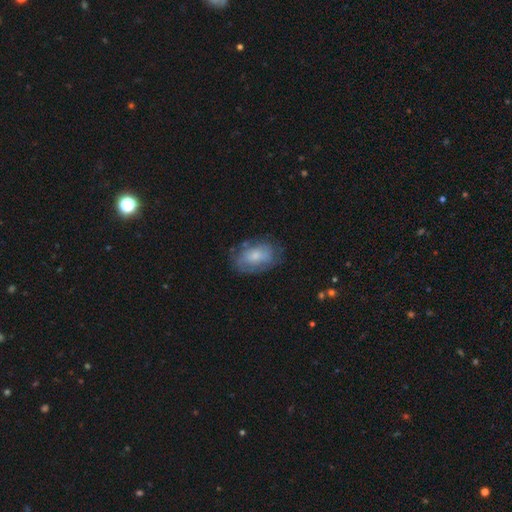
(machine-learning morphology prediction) A smooth galaxy with no disk features (57%) that is in between round and cigar-shaped (87%). Merging: none (67%).